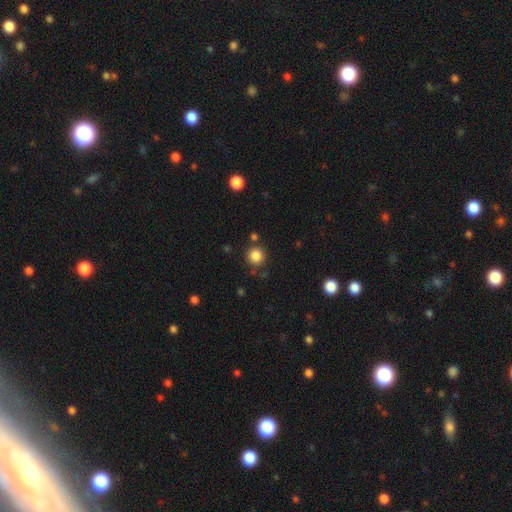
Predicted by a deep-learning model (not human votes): smooth-or-featured: smooth: 84% | star or artifact: 11% | featured or disk: 4%
  how-rounded: round: 94% | in between: 5% | cigar-shaped: 1%
  merging: none: 83% | minor disturbance: 8% | merger: 5% | major disturbance: 3%